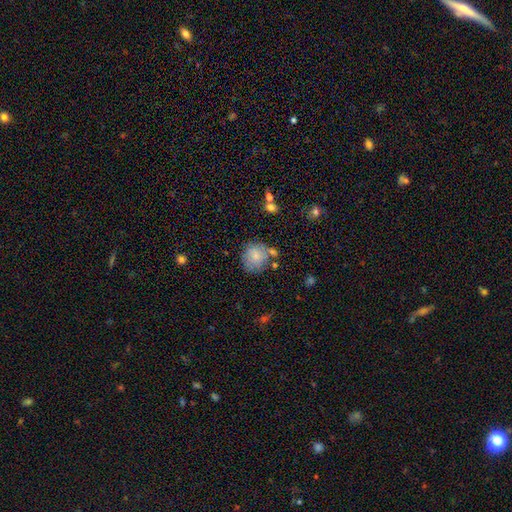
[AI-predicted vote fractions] Smooth or featured?
  - smooth: 76% *
  - featured or disk: 16%
  - star or artifact: 8%
How rounded?
  - round: 81% *
  - in between: 18%
  - cigar-shaped: 1%
Merging?
  - none: 60% *
  - minor disturbance: 22%
  - merger: 10%
  - major disturbance: 7%